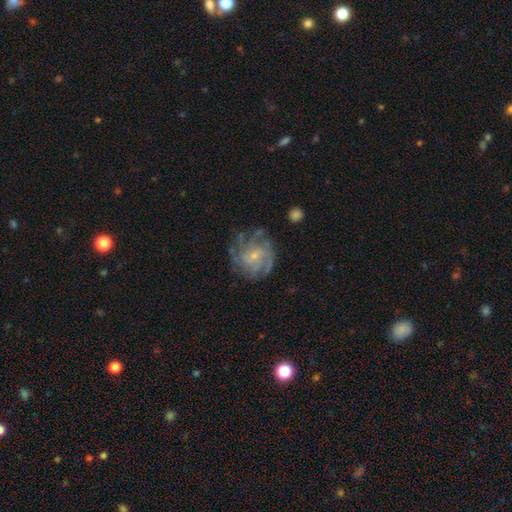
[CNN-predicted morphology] Smooth or featured? featured or disk (80%)
Edge-on disk? no (98%)
Bar? no (62%)
Spiral arms? yes (93%)
Spiral winding? tight (48%)
Spiral arm count? can't tell (31%)
Bulge size? small (75%)
Merging? none (69%)